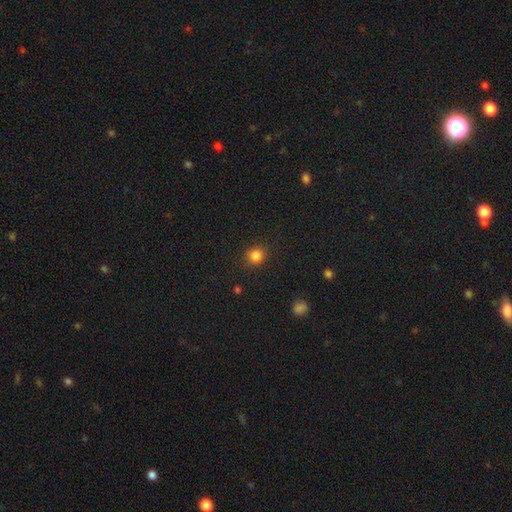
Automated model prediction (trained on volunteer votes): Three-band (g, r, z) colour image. It shows a smooth galaxy with no disk features (83%) that is round (88%). Merging: none (88%).